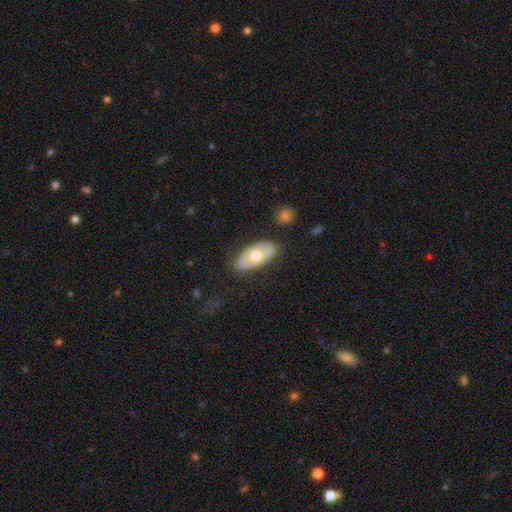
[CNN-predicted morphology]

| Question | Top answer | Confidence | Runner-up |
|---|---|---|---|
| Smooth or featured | smooth | 50% | featured or disk (45%) |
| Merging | none | 81% | minor disturbance (14%) |